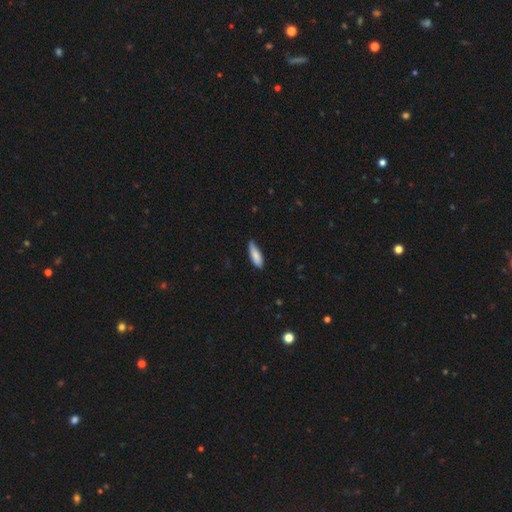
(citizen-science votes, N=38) Smooth or featured? 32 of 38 (84%) said smooth. How rounded? 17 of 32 (53%) said cigar-shaped. Merging? 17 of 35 (49%) said none.